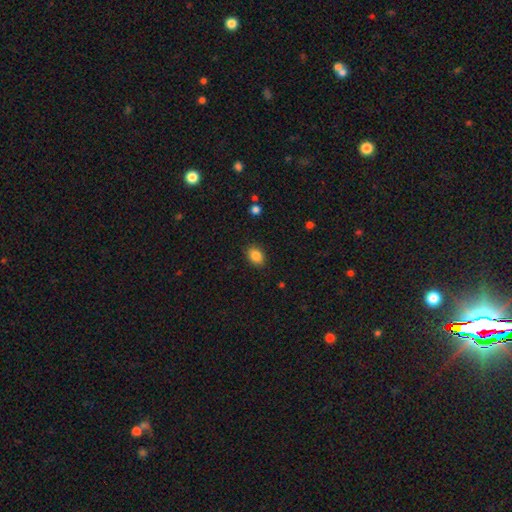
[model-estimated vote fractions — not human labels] A smooth galaxy with no disk features (86%) that is in between round and cigar-shaped (70%).

Vote fractions:
- Smooth or featured? smooth: 86% / star or artifact: 9% / featured or disk: 4%
- How rounded? in between: 70% / round: 29% / cigar-shaped: 1%
- Merging? none: 88% / minor disturbance: 9% / major disturbance: 2% / merger: 1%